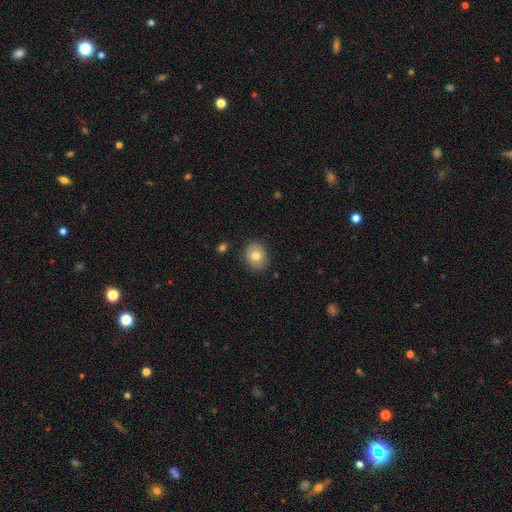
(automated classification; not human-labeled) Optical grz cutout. It shows a smooth galaxy with no disk features (75%) that is round (64%). Merging: none (87%).